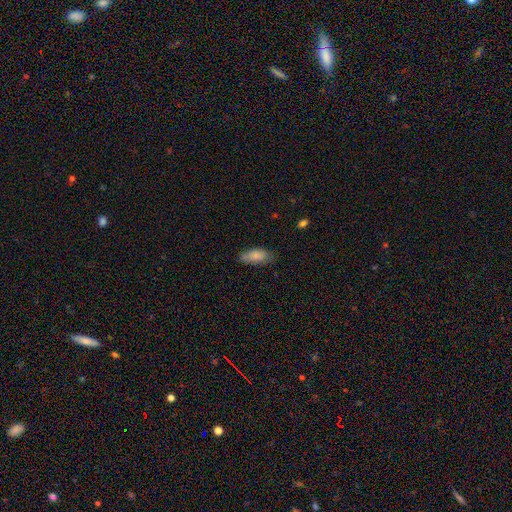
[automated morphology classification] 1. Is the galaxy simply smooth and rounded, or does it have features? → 83% smooth, 10% featured or disk, 7% star or artifact.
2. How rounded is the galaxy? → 83% in between, 15% cigar-shaped, 2% round.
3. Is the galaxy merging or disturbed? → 74% none, 20% minor disturbance, 4% major disturbance, 1% merger.